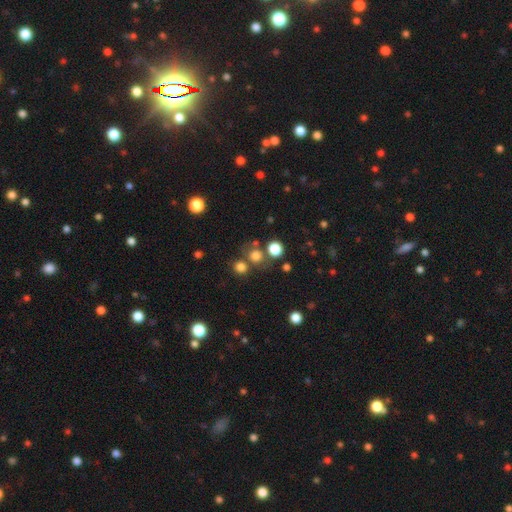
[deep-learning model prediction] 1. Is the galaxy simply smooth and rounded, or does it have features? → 73% smooth, 19% star or artifact, 7% featured or disk.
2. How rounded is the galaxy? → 90% round, 9% in between, 1% cigar-shaped.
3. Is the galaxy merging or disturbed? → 68% none, 20% merger, 8% minor disturbance, 5% major disturbance.